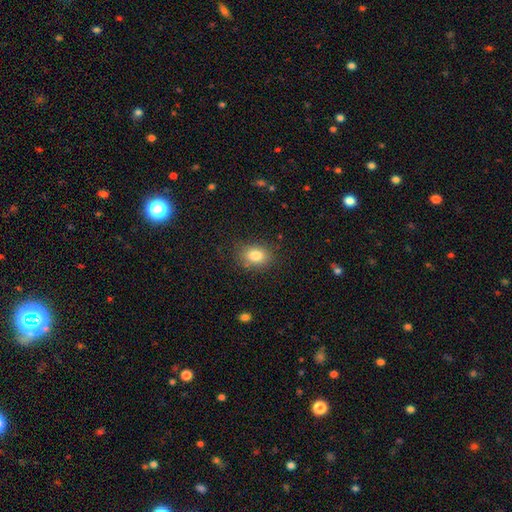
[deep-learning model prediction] A smooth galaxy with no disk features (82%) that is in between round and cigar-shaped (68%).

Vote fractions:
- Smooth or featured? smooth: 82% / star or artifact: 10% / featured or disk: 8%
- How rounded? in between: 68% / round: 31% / cigar-shaped: 1%
- Merging? none: 81% / minor disturbance: 13% / major disturbance: 4% / merger: 2%